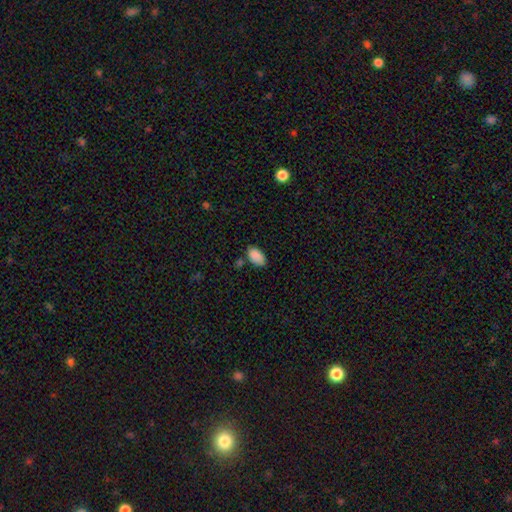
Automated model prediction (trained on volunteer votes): The model was most divided on "merging": none: 70%, minor disturbance: 20%, merger: 6%, major disturbance: 4%. More confident: how rounded — in between (93%); smooth or featured — smooth (88%).